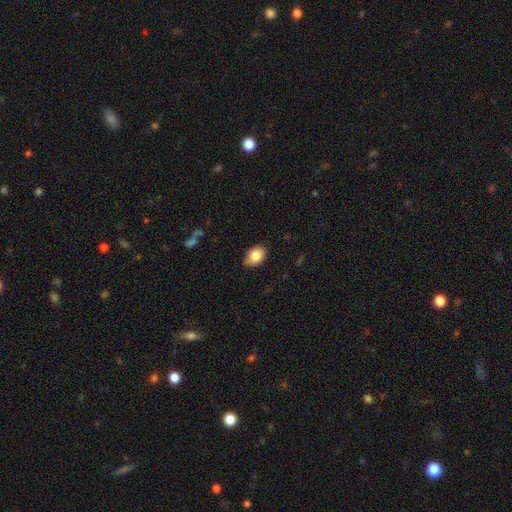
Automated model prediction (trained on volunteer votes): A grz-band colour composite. It shows a smooth galaxy with no disk features (83%) that is in between round and cigar-shaped (80%). Merging: none (71%).